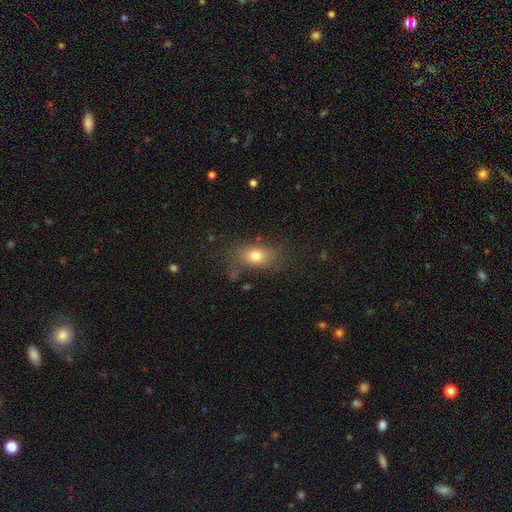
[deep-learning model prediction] This appears to be a smooth galaxy with no disk features (75%) that is in between round and cigar-shaped (74%). Merging: none (68%).